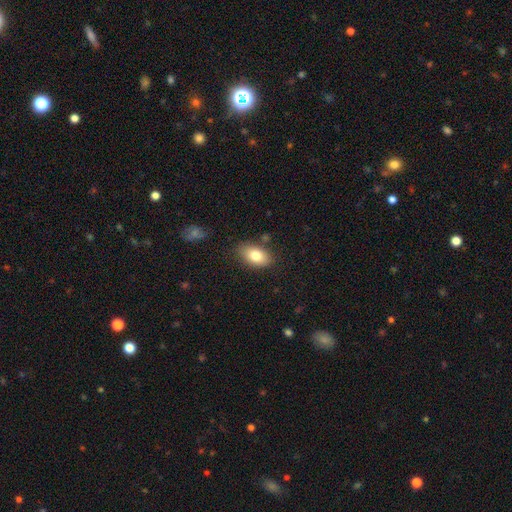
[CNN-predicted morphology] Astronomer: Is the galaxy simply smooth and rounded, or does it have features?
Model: smooth — 79%.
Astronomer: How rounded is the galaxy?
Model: in between — 89%.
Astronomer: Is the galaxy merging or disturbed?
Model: none — 79%.